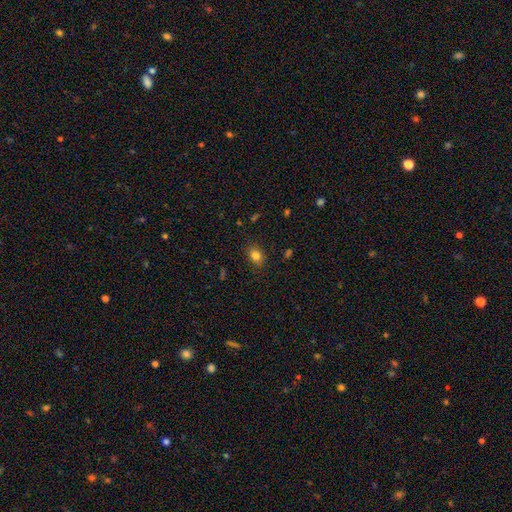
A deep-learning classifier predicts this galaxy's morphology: Q: Smooth or featured?
A: smooth (82%); runner-up: star or artifact (12%)
Q: How rounded?
A: in between (57%); runner-up: round (42%)
Q: Merging?
A: none (85%); runner-up: minor disturbance (11%)